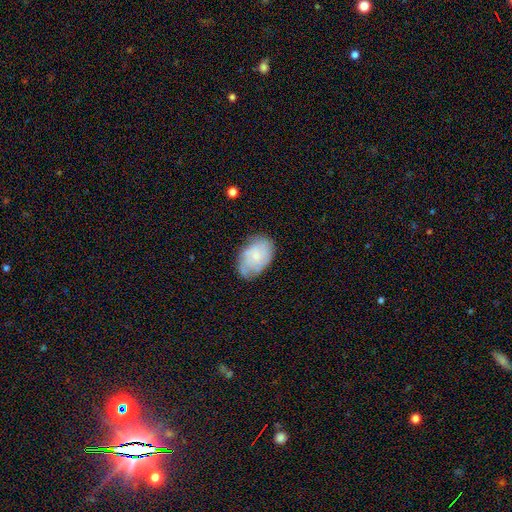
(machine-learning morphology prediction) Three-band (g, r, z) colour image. It shows a smooth galaxy with no disk features (58%) that is in between round and cigar-shaped (87%). Merging: none (63%).